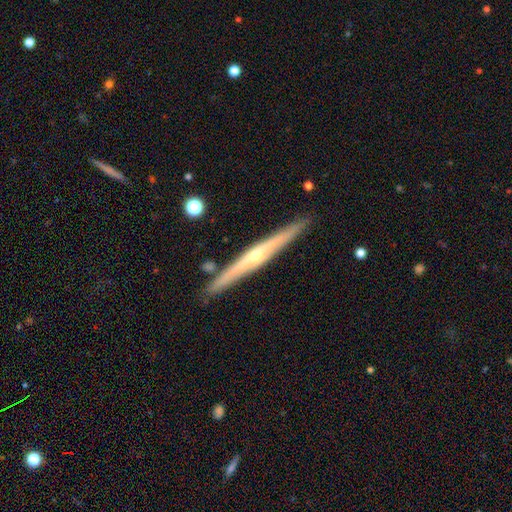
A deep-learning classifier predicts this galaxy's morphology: A featured or disk galaxy (76%) viewed edge-on (97%) with a rounded central bulge (76%). Merging: none (90%).